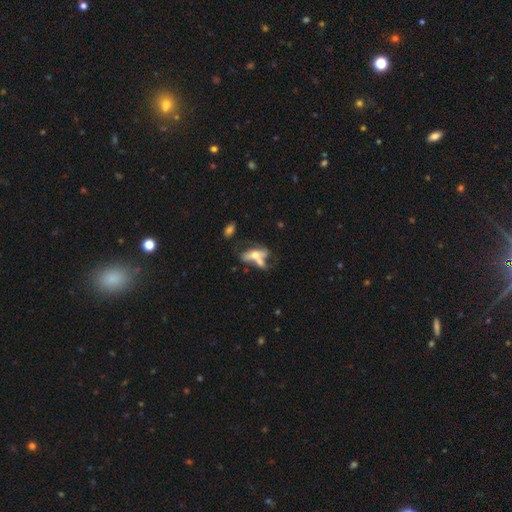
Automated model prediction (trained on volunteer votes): This appears to be a featured or disk galaxy (48%). Merging: merger (42%).